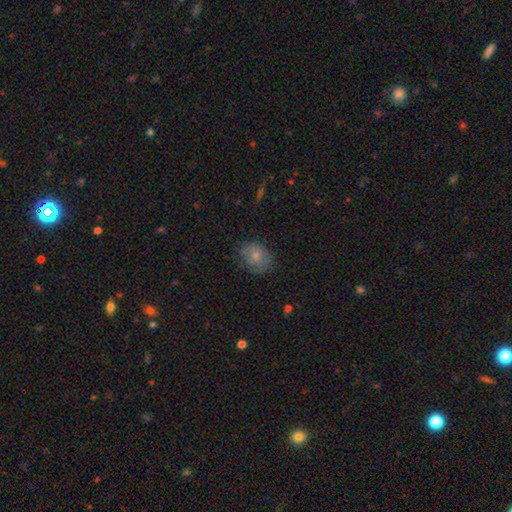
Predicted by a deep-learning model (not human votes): Smooth or featured? smooth (76%)
How rounded? in between (52%)
Merging? none (72%)